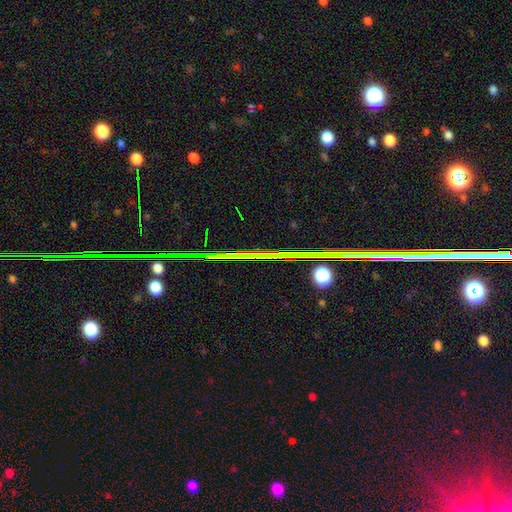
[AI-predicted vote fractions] A star or artifact, not a galaxy (82%).

Vote fractions:
- Smooth or featured? star or artifact: 82% / featured or disk: 10% / smooth: 9%